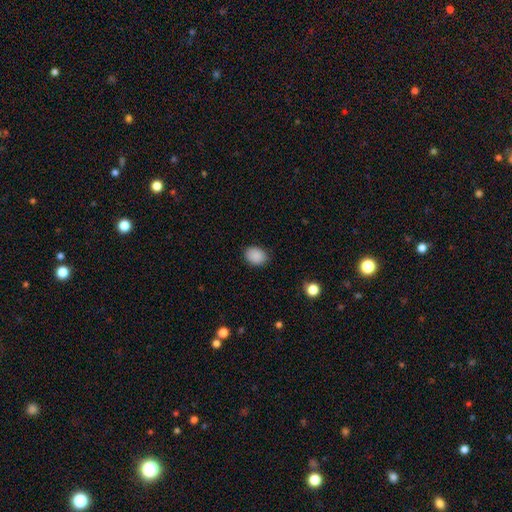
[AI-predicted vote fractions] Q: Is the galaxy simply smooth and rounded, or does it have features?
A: smooth — 89%.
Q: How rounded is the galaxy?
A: in between — 59%.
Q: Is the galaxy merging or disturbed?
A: none — 85%.